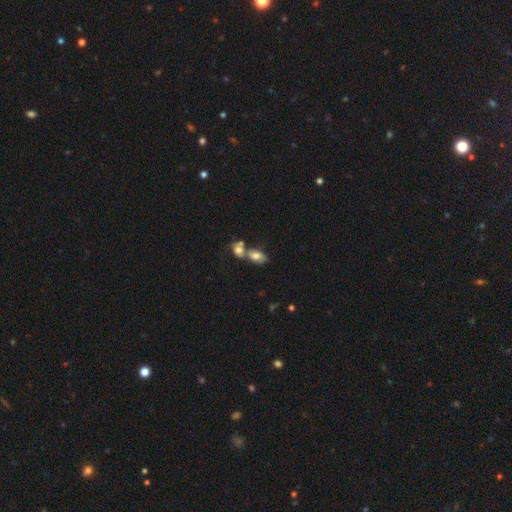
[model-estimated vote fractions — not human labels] Smooth or featured? smooth (66%)
How rounded? in between (85%)
Merging? merger (61%)